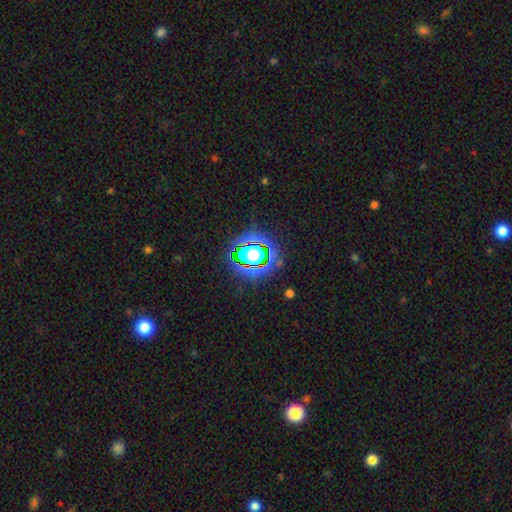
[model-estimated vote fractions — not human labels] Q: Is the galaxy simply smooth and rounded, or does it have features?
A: star or artifact — 61%.